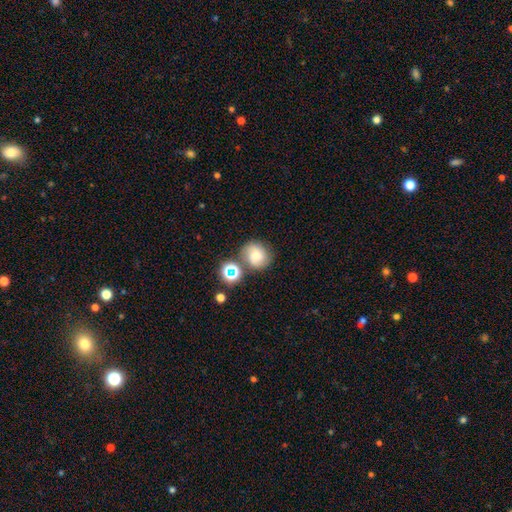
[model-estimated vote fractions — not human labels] Morphology: type=smooth (57%); roundness=round (81%); merging=none (66%).